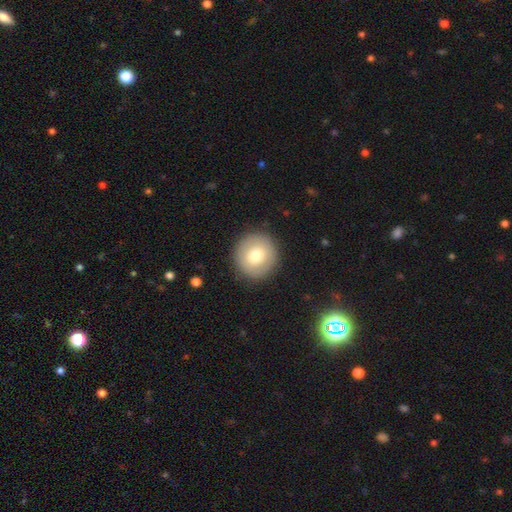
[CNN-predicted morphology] This is likely a smooth galaxy (73%). How rounded: clearly round (94%). Merging: clearly none (90%).